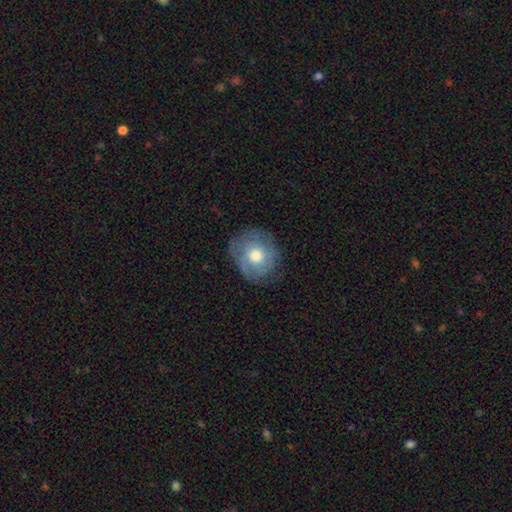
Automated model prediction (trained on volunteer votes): This appears to be a featured or disk galaxy (54%) with no bar (84%), spiral arms (72%) and a moderate central bulge (71%). Merging: none (74%).